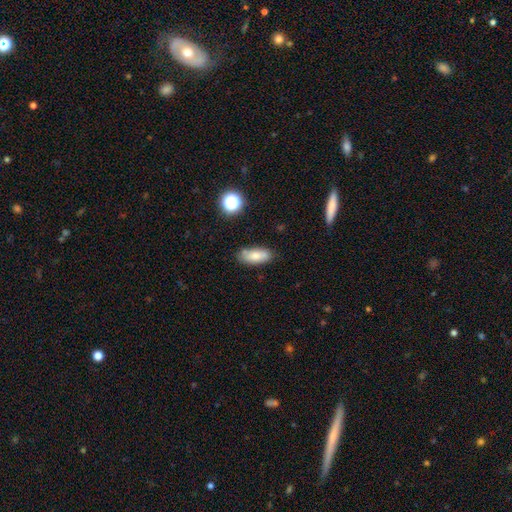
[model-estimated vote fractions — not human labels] This is likely a smooth galaxy (75%). How rounded: clearly in between (82%). Merging: likely none (75%).